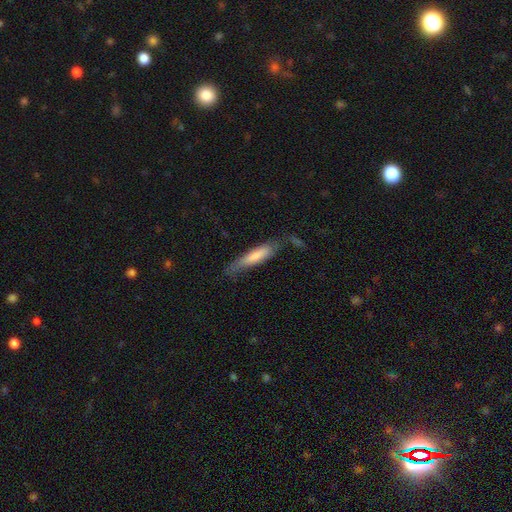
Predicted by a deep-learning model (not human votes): Morphology: type=smooth (71%); roundness=cigar-shaped (81%); merging=none (57%).